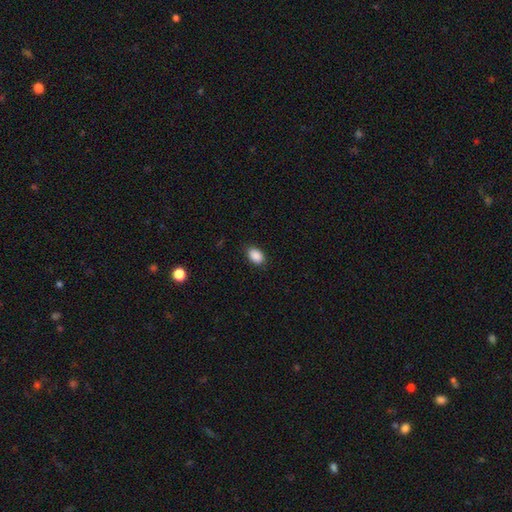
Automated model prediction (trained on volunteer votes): Morphology: type=smooth (90%); roundness=in between (84%); merging=none (87%).